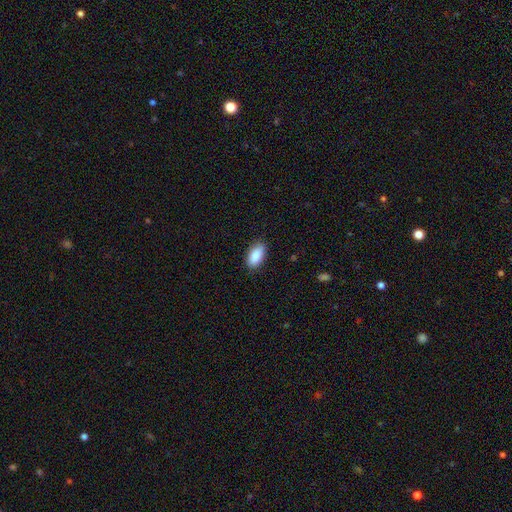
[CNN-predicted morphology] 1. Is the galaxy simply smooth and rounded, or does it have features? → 89% smooth, 6% star or artifact, 4% featured or disk.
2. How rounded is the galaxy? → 93% in between, 4% cigar-shaped, 3% round.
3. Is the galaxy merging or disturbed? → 87% none, 10% minor disturbance, 2% major disturbance, 1% merger.